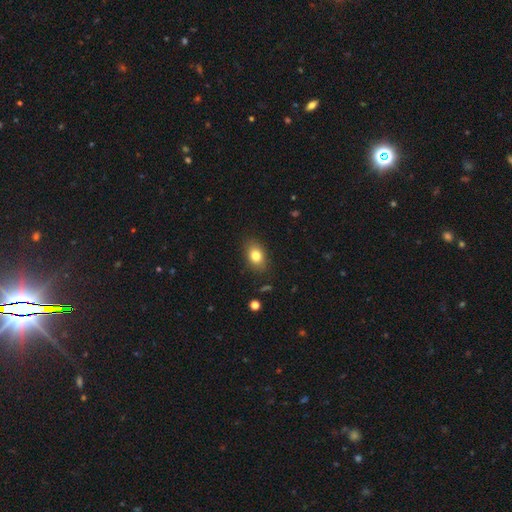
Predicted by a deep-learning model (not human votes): Smooth or featured: smooth — 80% (featured or disk — 10%)
How rounded: in between — 77% (round — 21%)
Merging: none — 85% (minor disturbance — 11%)